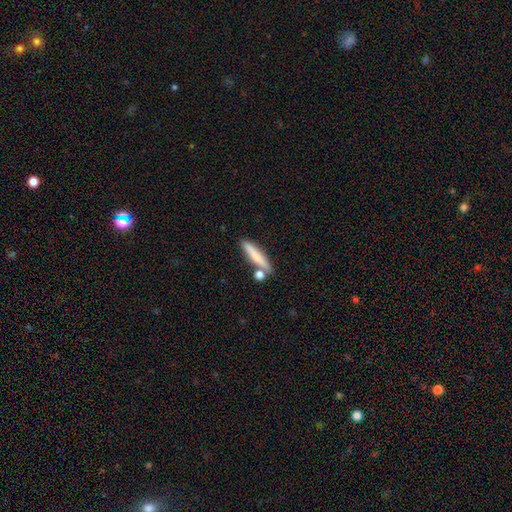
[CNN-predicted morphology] Smooth or featured?
  - smooth: 76% *
  - featured or disk: 18%
  - star or artifact: 6%
How rounded?
  - cigar-shaped: 85% *
  - in between: 12%
  - round: 3%
Merging?
  - none: 70% *
  - merger: 14%
  - minor disturbance: 12%
  - major disturbance: 4%